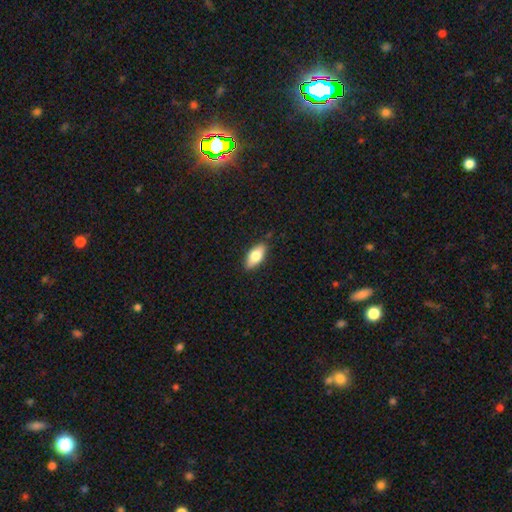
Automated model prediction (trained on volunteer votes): A smooth galaxy with no disk features (74%) that is in between round and cigar-shaped (87%). Merging: none (87%).